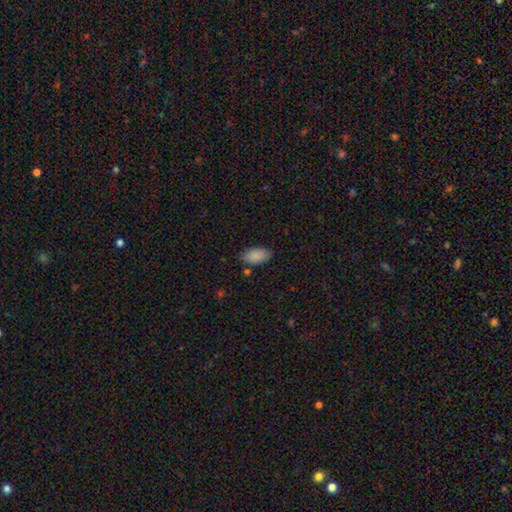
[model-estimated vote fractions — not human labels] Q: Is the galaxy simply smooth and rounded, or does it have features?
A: smooth — 87%.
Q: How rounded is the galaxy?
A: in between — 93%.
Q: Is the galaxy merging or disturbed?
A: none — 74%.